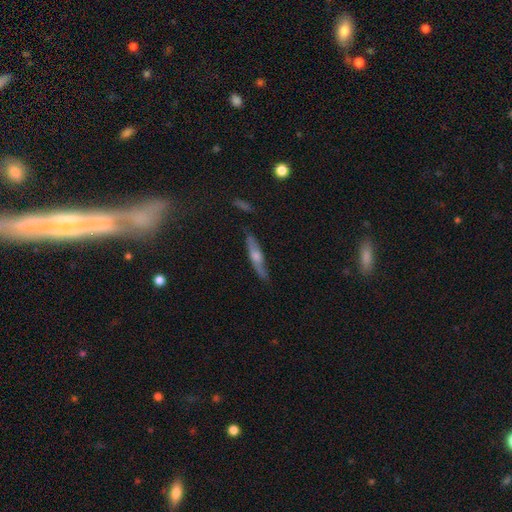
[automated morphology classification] Smooth or featured? featured or disk (59%)
Edge-on disk? yes (77%)
Merging? none (77%)